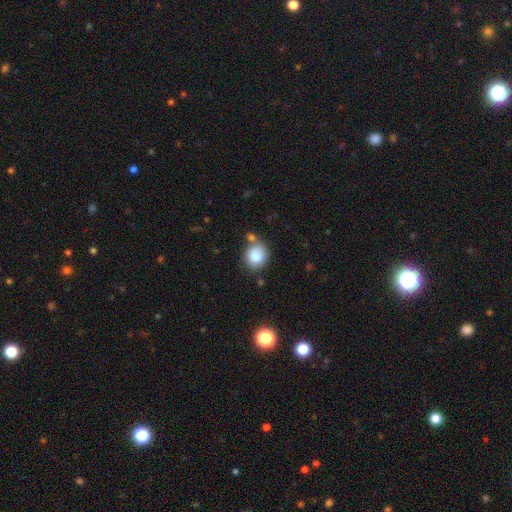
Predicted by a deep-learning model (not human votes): Smooth or featured? Predicted: smooth (p=0.86). How rounded? Predicted: round (p=0.73). Merging? Predicted: none (p=0.66).